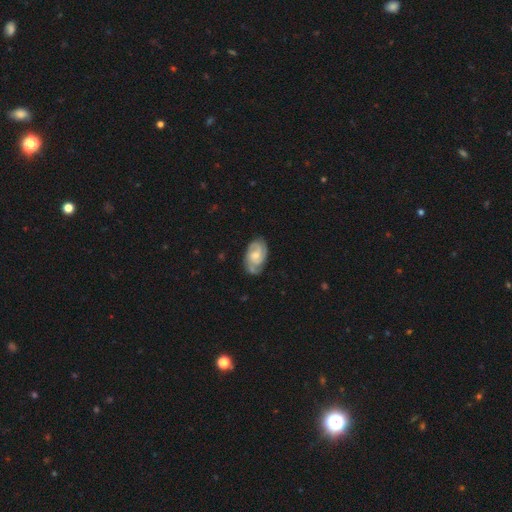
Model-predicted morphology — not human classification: A featured or disk galaxy (78%) with no bar (61%), 2 (47%) tight (54%) spiral arms (95%) and a small central bulge (46%, tied with moderate).

Vote fractions:
- Smooth or featured? featured or disk: 78% / smooth: 17% / star or artifact: 5%
- Edge-on disk? no: 97% / yes: 3%
- Bar? no: 61% / weak: 34% / strong: 5%
- Spiral arms? yes: 95% / no: 5%
- Spiral winding? tight: 54% / medium: 38% / loose: 9%
- Spiral arm count? 2: 47% / 3: 26% / can't tell: 16% / 4: 4% / 1: 3% / more than 4: 3%
- Bulge size? small: 46% (tied) / moderate: 46% (tied) / none: 4% / large: 3% / dominant: 1%
- Merging? none: 72% / minor disturbance: 21% / major disturbance: 5% / merger: 2%